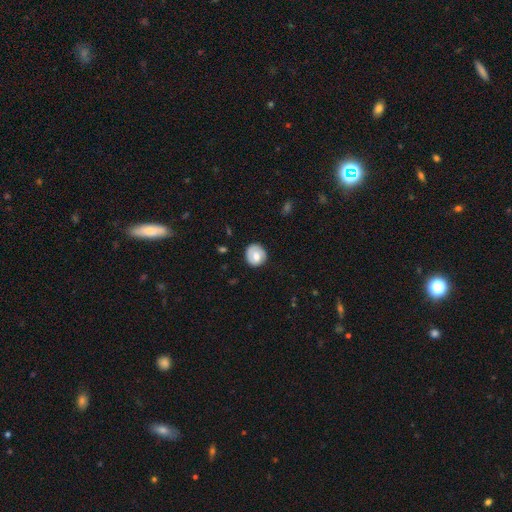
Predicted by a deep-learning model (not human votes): The model was most divided on "smooth or featured": smooth: 63%, featured or disk: 30%, star or artifact: 7%. More confident: how rounded — round (85%); merging — none (79%).